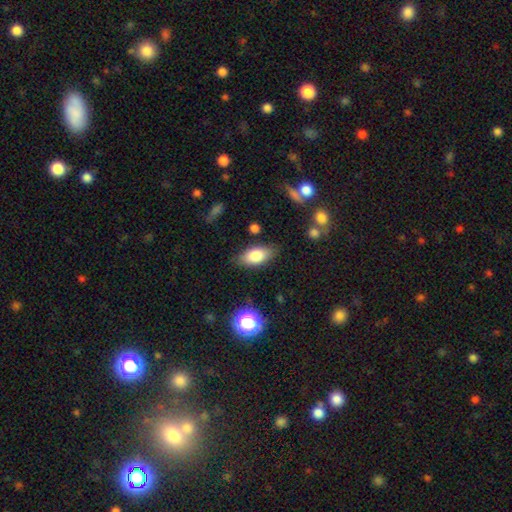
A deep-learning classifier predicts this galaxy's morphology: This is likely a smooth galaxy (80%). How rounded: clearly in between (89%). Merging: clearly none (82%).